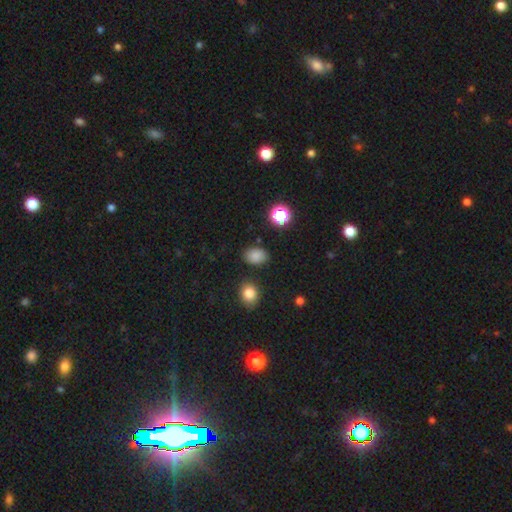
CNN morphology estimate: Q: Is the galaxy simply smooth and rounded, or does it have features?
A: smooth — 82%.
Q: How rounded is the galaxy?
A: in between — 75%.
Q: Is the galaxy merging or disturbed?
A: none — 83%.